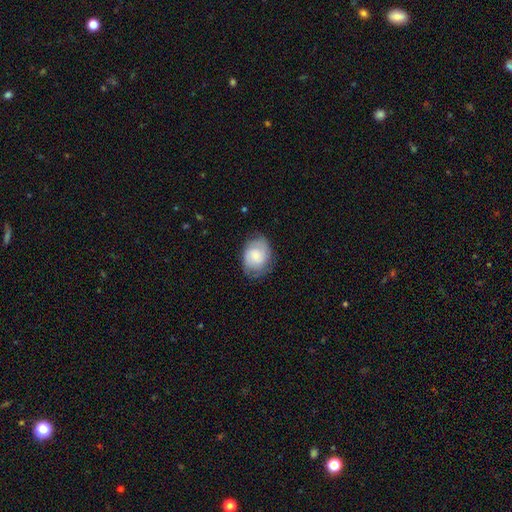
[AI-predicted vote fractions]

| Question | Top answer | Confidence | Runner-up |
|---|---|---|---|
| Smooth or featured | smooth | 61% | featured or disk (32%) |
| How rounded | in between | 61% | round (38%) |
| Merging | none | 71% | minor disturbance (21%) |